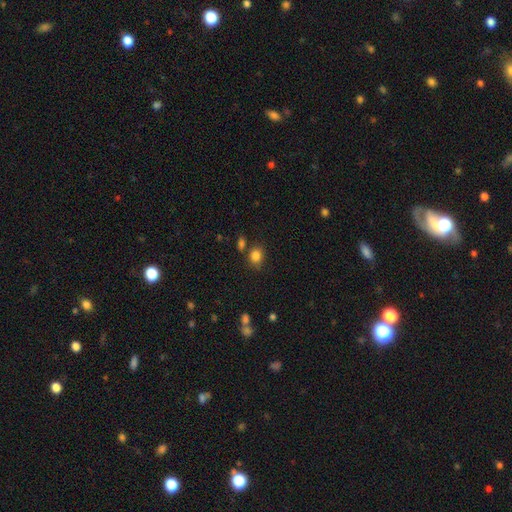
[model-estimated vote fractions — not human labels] Smooth or featured? smooth (84%)
How rounded? round (56%)
Merging? none (67%)